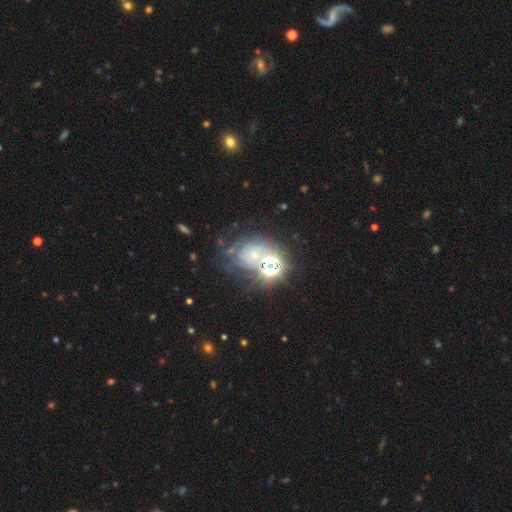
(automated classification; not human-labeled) This is possibly a featured or disk galaxy (46%). Merging: possibly none (50%).